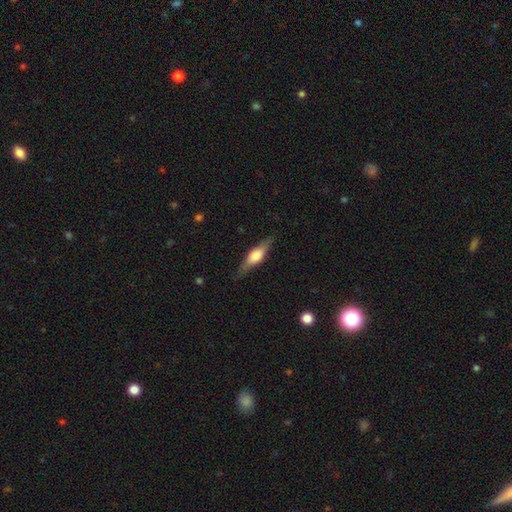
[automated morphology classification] The model was most divided on "smooth or featured": featured or disk: 55%, smooth: 39%, star or artifact: 6%. More confident: edge-on disk — yes (94%); edge-on bulge — rounded (84%); merging — none (84%).